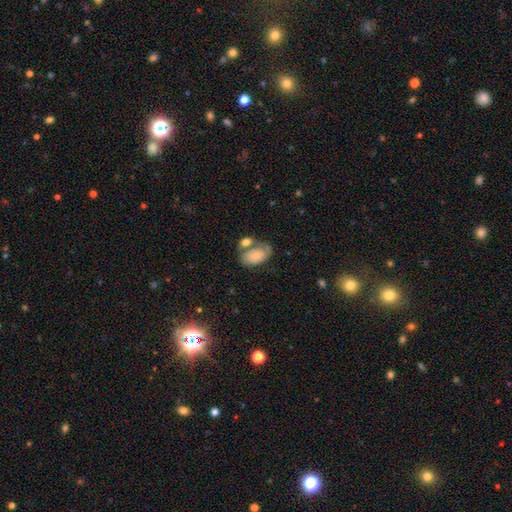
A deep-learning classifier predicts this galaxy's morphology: Q: Smooth or featured?
A: smooth (59%); runner-up: featured or disk (34%)
Q: How rounded?
A: in between (89%); runner-up: round (9%)
Q: Merging?
A: none (35%); runner-up: merger (31%)